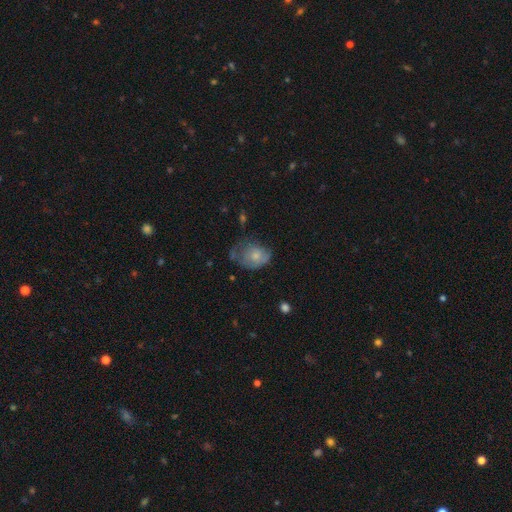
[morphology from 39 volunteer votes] type=featured or disk (49%); edge-on=no (95%); bar=no (100%); spiral arms=no (61%); bulge=small (61%); merging=major disturbance (36%).